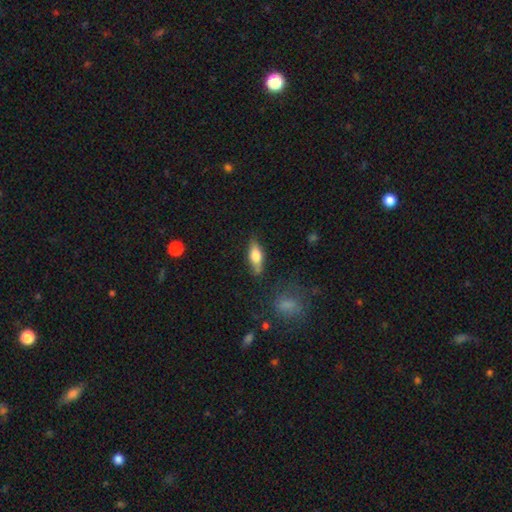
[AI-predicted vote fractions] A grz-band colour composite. It shows a smooth galaxy with no disk features (64%) that is in between round and cigar-shaped (68%). Merging: none (74%).